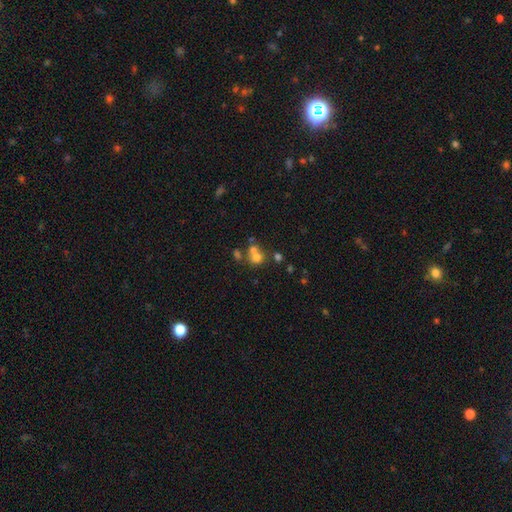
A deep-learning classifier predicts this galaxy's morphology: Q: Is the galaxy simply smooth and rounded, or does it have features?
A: smooth — 63%.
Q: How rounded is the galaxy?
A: round — 79%.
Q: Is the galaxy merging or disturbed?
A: merger — 50%.